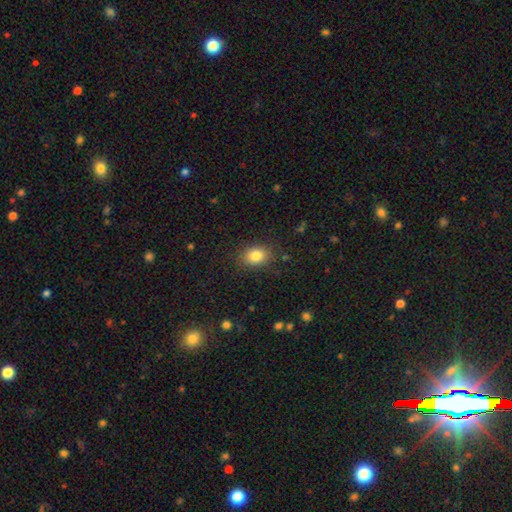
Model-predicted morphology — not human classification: This appears to be a smooth galaxy with no disk features (83%) that is in between round and cigar-shaped (64%). Merging: none (85%).